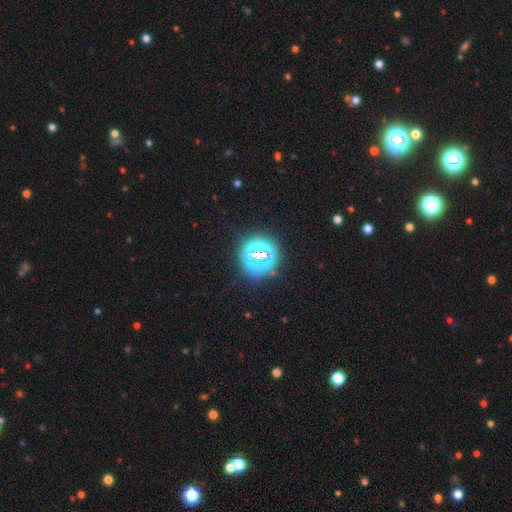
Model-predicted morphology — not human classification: Smooth or featured? Predicted: star or artifact (p=0.67).